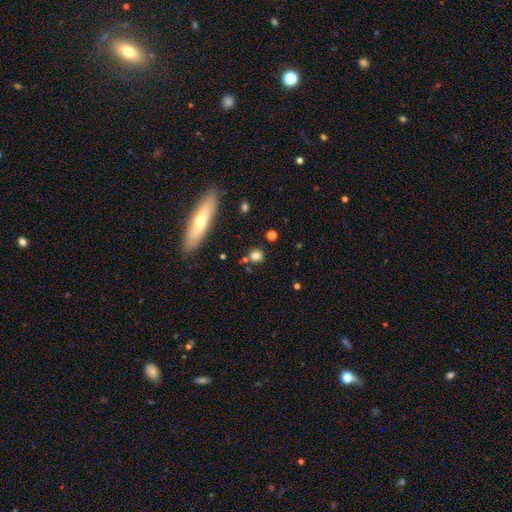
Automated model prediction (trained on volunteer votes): A smooth galaxy with no disk features (76%) that is round (77%).

Vote fractions:
- Smooth or featured? smooth: 76% / star or artifact: 13% / featured or disk: 11%
- How rounded? round: 77% / in between: 19% / cigar-shaped: 4%
- Merging? none: 79% / minor disturbance: 11% / merger: 7% / major disturbance: 3%